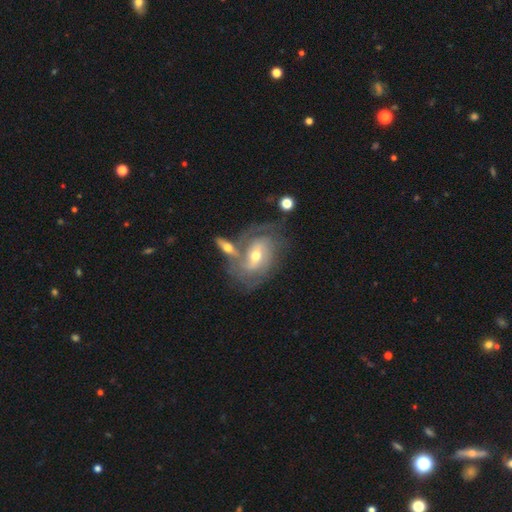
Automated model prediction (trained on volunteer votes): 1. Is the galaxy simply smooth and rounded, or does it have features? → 80% featured or disk, 14% smooth, 6% star or artifact.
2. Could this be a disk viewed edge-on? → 94% no, 6% yes.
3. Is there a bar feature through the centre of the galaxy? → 45% weak, 36% no, 19% strong.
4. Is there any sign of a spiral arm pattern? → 90% yes, 10% no.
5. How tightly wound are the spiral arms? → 54% tight, 35% medium, 12% loose.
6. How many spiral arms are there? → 38% 2, 33% can't tell, 16% 3, 5% 1, 4% 4, 3% more than 4.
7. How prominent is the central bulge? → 62% moderate, 33% small, 4% large, 1% none, 1% dominant.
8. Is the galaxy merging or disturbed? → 45% none, 26% merger, 17% minor disturbance, 12% major disturbance.